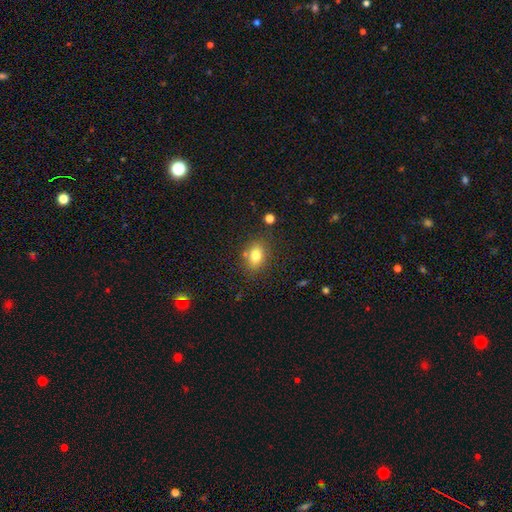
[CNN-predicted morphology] smooth 78%, star or artifact 11%, featured or disk 11%. Down the decision tree: how rounded — in between (70%); merging — none (78%).